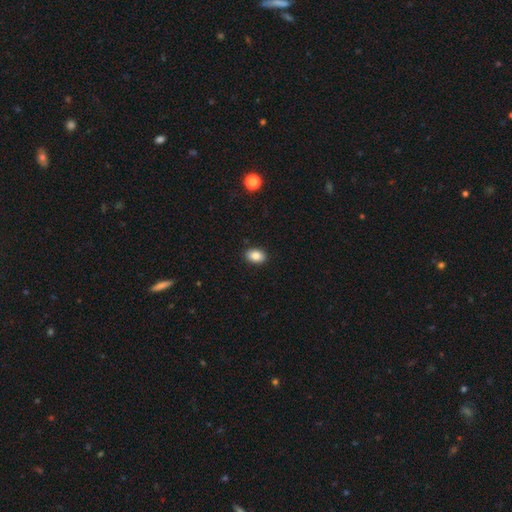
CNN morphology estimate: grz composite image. It shows a smooth galaxy with no disk features (85%) that is in between round and cigar-shaped (83%). Merging: none (90%).